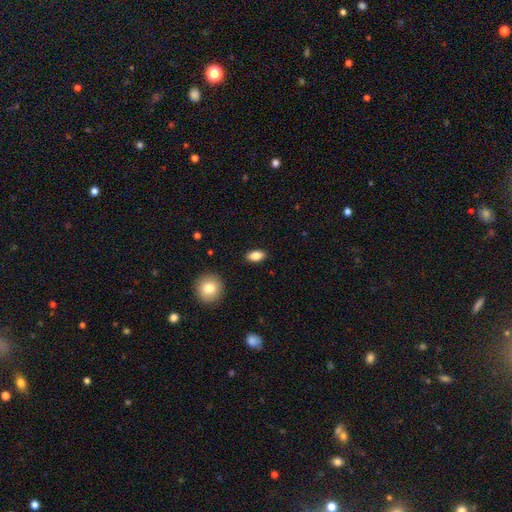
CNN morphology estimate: smooth 85%, star or artifact 8%, featured or disk 7%. Down the decision tree: how rounded — in between (89%); merging — none (89%).